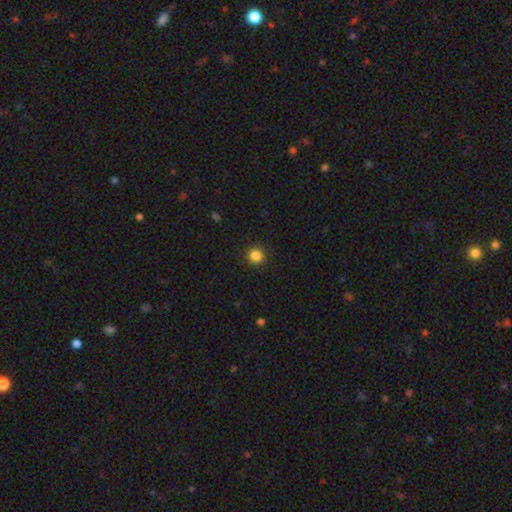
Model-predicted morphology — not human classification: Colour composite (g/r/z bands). It shows a smooth galaxy with no disk features (86%) that is round (91%). Merging: none (92%).